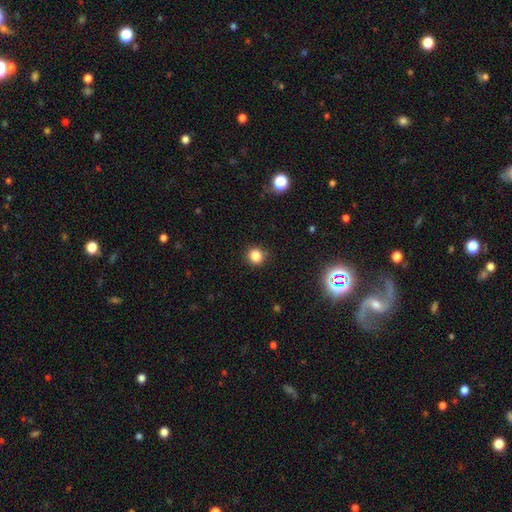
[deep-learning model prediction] Smooth or featured? Predicted: smooth (p=0.83). How rounded? Predicted: round (p=0.90). Merging? Predicted: none (p=0.90).